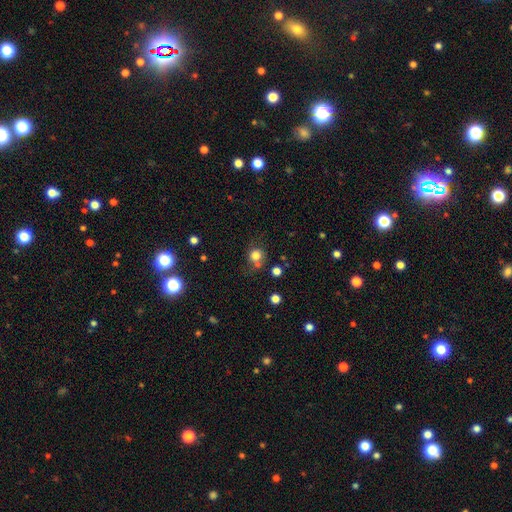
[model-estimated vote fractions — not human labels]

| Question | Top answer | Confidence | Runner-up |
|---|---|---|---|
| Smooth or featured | smooth | 79% | star or artifact (13%) |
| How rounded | round | 86% | in between (13%) |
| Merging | none | 61% | merger (17%) |